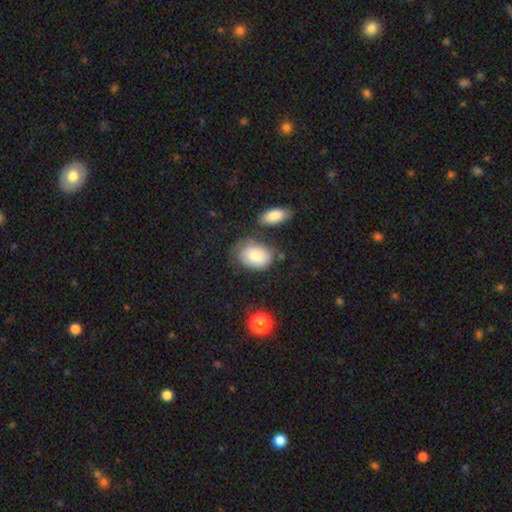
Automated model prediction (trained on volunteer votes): smooth 80%, featured or disk 13%, star or artifact 7%. Down the decision tree: how rounded — in between (82%); merging — none (56%).